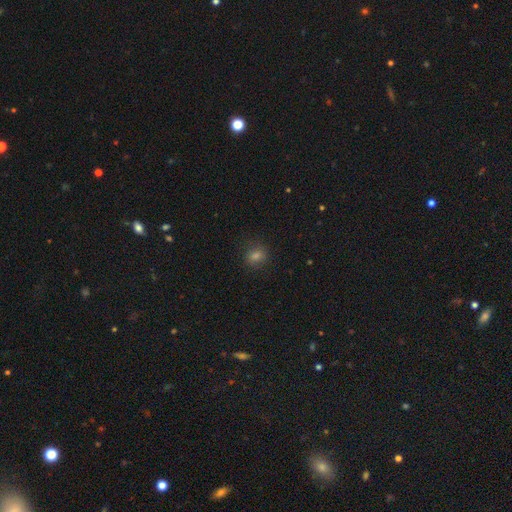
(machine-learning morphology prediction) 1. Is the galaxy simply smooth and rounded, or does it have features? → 73% smooth, 20% star or artifact, 7% featured or disk.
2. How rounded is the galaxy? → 65% round, 33% in between, 2% cigar-shaped.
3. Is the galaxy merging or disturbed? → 84% none, 11% minor disturbance, 4% major disturbance, 1% merger.